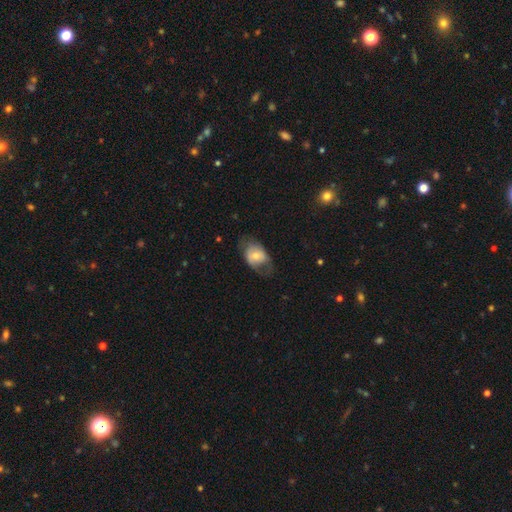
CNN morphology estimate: Smooth or featured?
  - smooth: 57% *
  - featured or disk: 36%
  - star or artifact: 7%
How rounded?
  - in between: 75% *
  - round: 24%
  - cigar-shaped: 1%
Merging?
  - none: 52% *
  - minor disturbance: 27%
  - major disturbance: 19%
  - merger: 1%